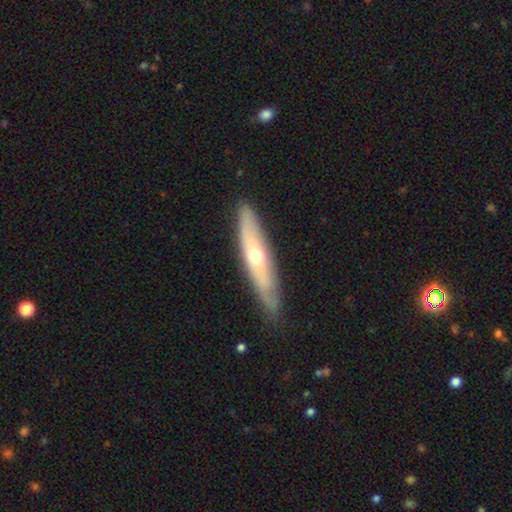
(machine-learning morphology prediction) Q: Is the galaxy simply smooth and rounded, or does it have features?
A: featured or disk — 53%.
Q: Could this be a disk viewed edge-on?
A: yes — 70%.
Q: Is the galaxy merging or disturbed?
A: none — 83%.